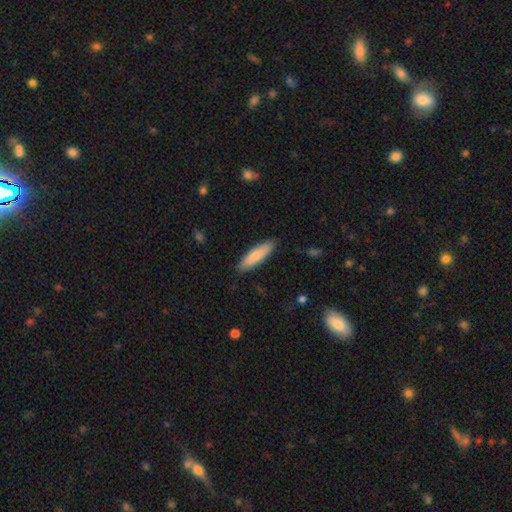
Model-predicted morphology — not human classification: Overall: smooth (79%). How rounded: cigar-shaped (66%; in between 32%). Merging: none (88%).